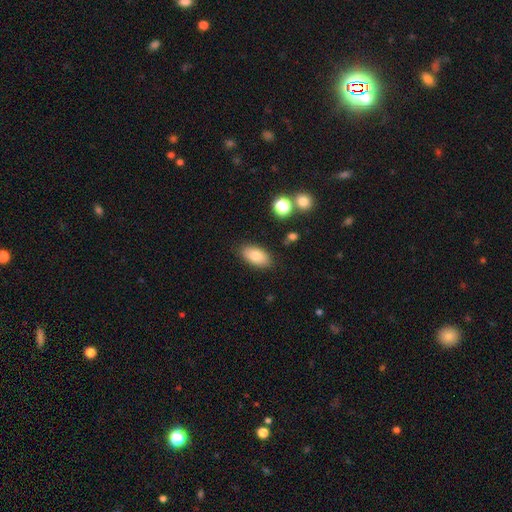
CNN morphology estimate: A smooth galaxy with no disk features (81%) that is in between round and cigar-shaped (92%). Merging: none (85%).